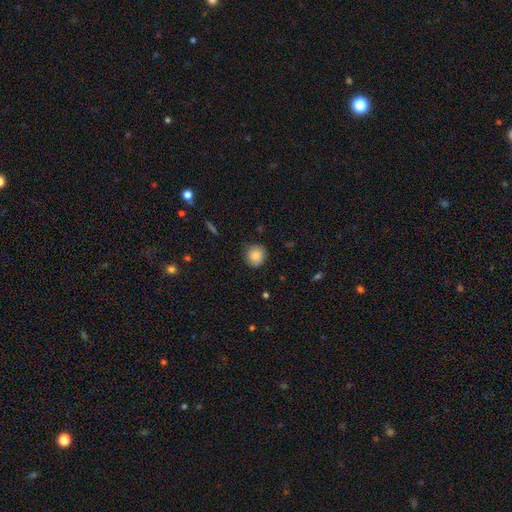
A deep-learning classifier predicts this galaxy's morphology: This appears to be a smooth galaxy with no disk features (85%) that is round (89%). Merging: none (85%).